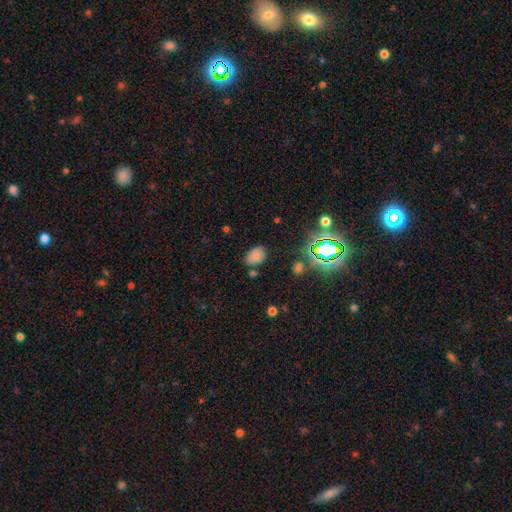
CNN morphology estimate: Smooth or featured: smooth — 72% (star or artifact — 18%)
How rounded: in between — 73% (round — 26%)
Merging: none — 71% (minor disturbance — 19%)